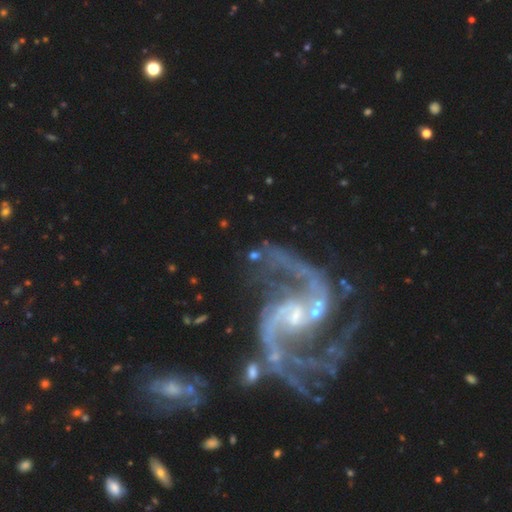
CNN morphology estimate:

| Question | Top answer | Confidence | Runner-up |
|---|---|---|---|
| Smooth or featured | featured or disk | 88% | star or artifact (7%) |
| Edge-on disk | no | 97% | yes (3%) |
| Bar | weak | 48% | no (31%) |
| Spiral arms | yes | 96% | no (4%) |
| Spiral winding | loose | 51% | medium (38%) |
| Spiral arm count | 2 | 88% | can't tell (3%) |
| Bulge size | small | 57% | moderate (23%) |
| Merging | none | 50% | major disturbance (20%) |